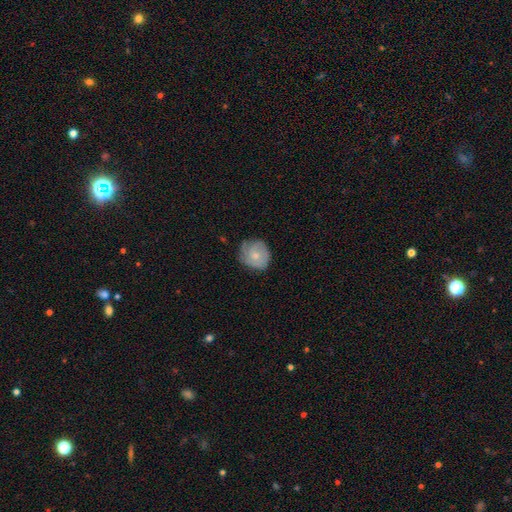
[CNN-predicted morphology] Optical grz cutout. It shows a smooth galaxy with no disk features (50%) that is round (81%). Merging: none (66%).